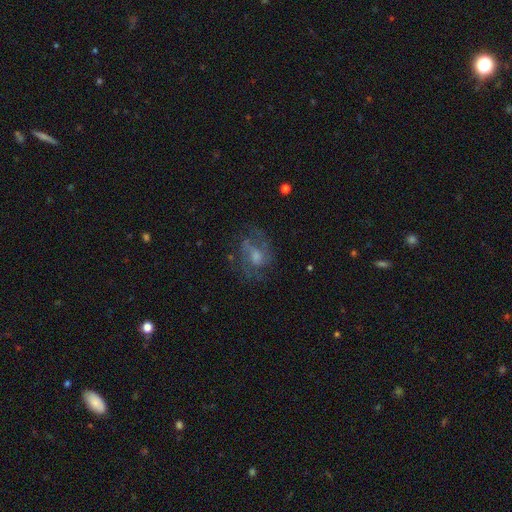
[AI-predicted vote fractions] Overall: featured or disk (63%). Edge-on disk: no (96%). Bar: no (50%; weak 41%). Spiral arms: yes (79%). Bulge size: moderate (45%; small 30%). Merging: none (64%).